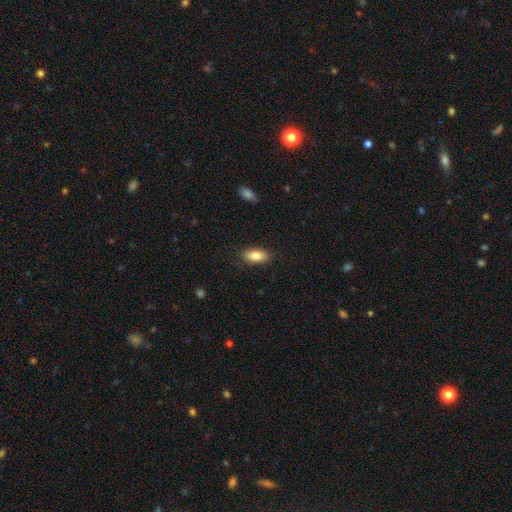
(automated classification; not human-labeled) Smooth or featured? smooth (84%)
How rounded? in between (88%)
Merging? none (87%)